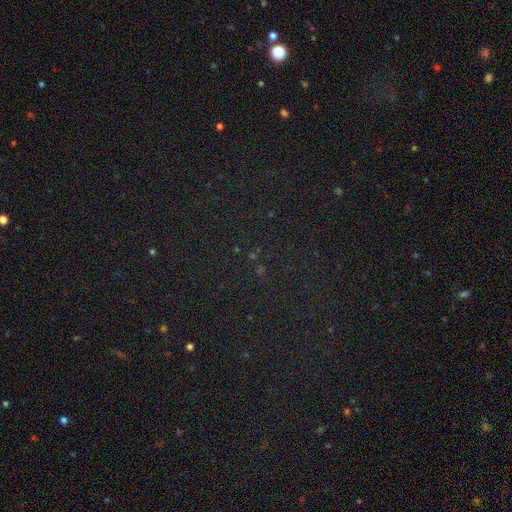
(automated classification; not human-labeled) Overall: star or artifact (80%).